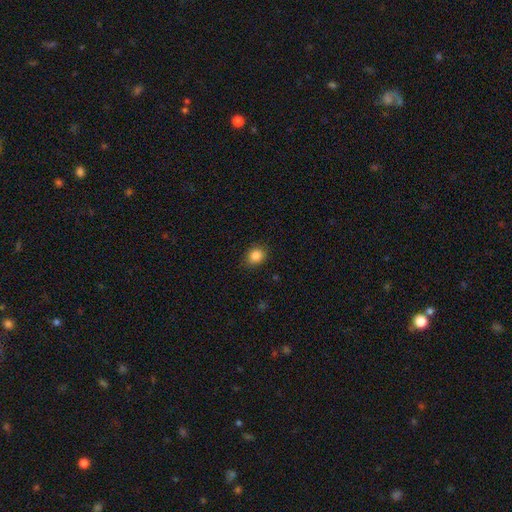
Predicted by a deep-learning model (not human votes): Q: Smooth or featured?
A: smooth (86%); runner-up: star or artifact (10%)
Q: How rounded?
A: round (60%); runner-up: in between (39%)
Q: Merging?
A: none (85%); runner-up: minor disturbance (11%)